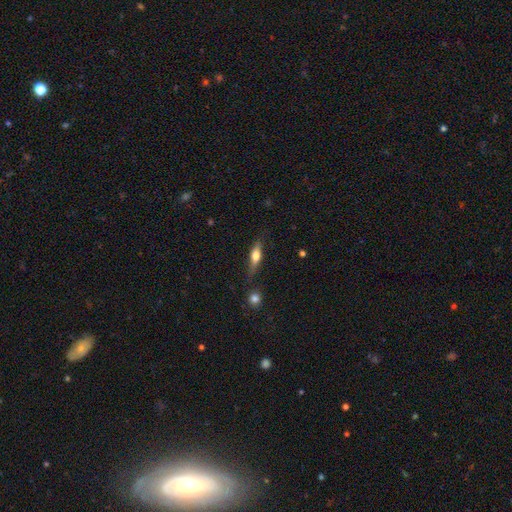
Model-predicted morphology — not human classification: Smooth or featured? smooth (58%)
How rounded? cigar-shaped (56%)
Merging? none (70%)